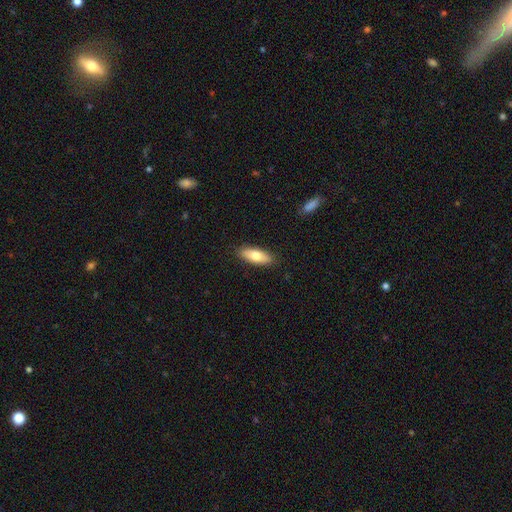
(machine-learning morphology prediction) Overall: smooth (74%). How rounded: in between (69%). Merging: none (88%).